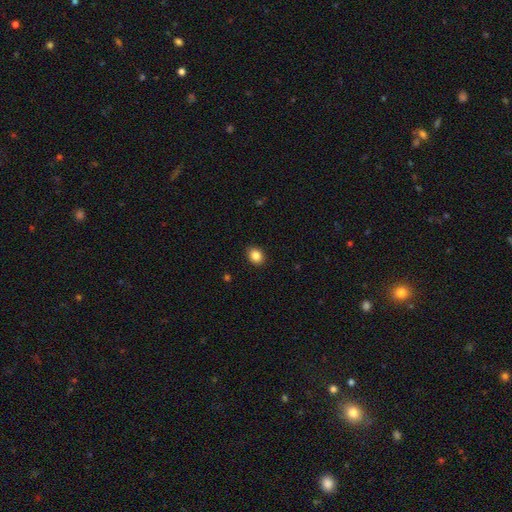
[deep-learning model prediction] Smooth or featured? Predicted: smooth (p=0.86). How rounded? Predicted: round (p=0.51). Merging? Predicted: none (p=0.91).